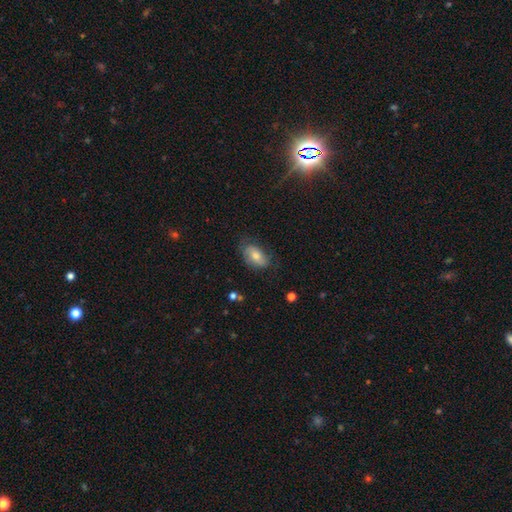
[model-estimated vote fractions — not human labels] This appears to be a smooth galaxy with no disk features (62%) that is in between round and cigar-shaped (90%). Merging: none (64%).